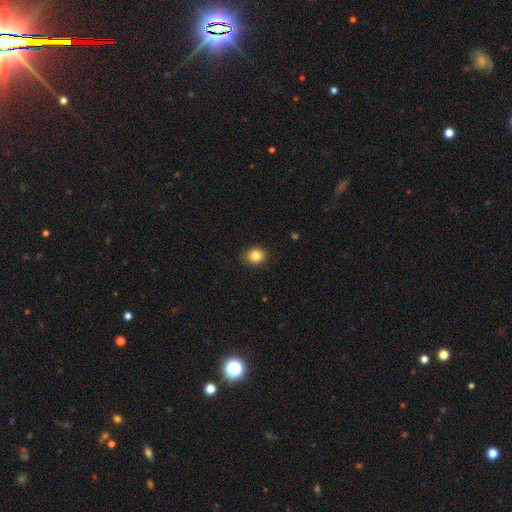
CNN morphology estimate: smooth-or-featured: smooth: 84% | star or artifact: 10% | featured or disk: 6%
  how-rounded: round: 62% | in between: 37% | cigar-shaped: 1%
  merging: none: 87% | minor disturbance: 10% | major disturbance: 2% | merger: 1%